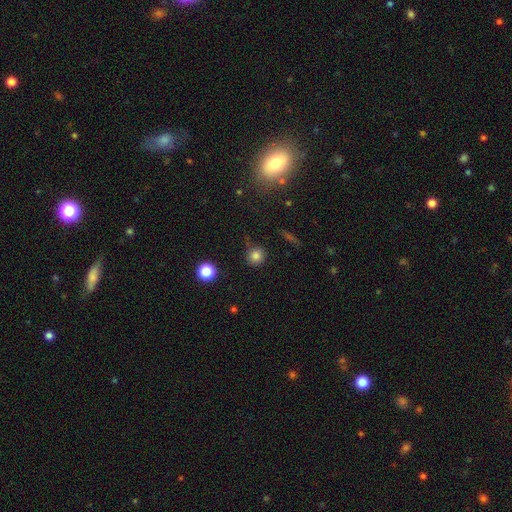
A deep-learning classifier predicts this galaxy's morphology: smooth-or-featured: smooth: 81% | star or artifact: 14% | featured or disk: 6%
  how-rounded: round: 93% | in between: 6% | cigar-shaped: 1%
  merging: none: 81% | minor disturbance: 12% | merger: 4% | major disturbance: 3%